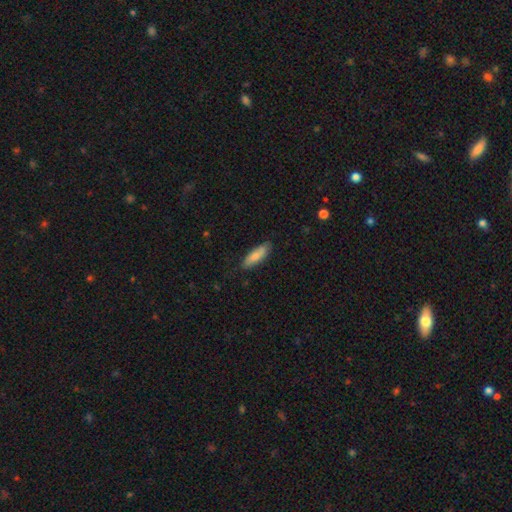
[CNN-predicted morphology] smooth_or_featured: smooth (p=0.83) [alt: featured or disk p=0.12]
how_rounded: cigar-shaped (p=0.50) [alt: in between p=0.49]
merging: none (p=0.83) [alt: minor disturbance p=0.13]